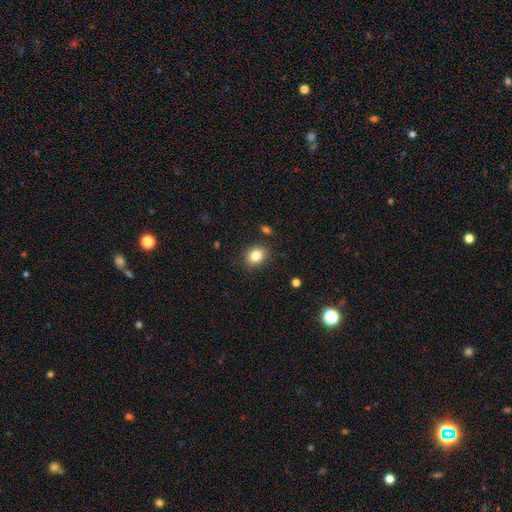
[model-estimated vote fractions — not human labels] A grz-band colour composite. It shows a smooth galaxy with no disk features (83%) that is round (55%). Merging: none (86%).